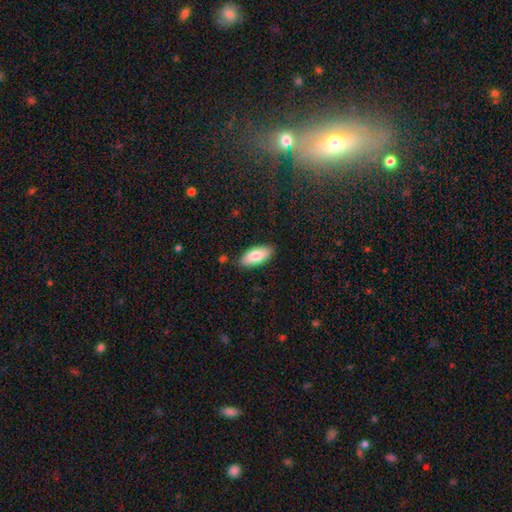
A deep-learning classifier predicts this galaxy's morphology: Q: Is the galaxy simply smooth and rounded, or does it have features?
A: smooth — 79%.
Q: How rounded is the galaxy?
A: in between — 88%.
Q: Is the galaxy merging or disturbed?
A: none — 85%.